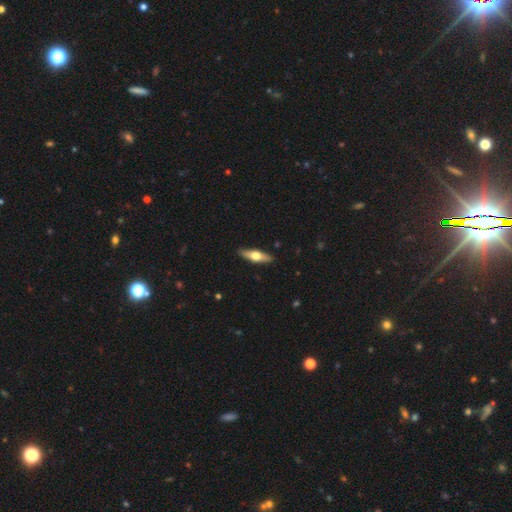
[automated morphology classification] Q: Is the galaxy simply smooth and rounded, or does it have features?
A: featured or disk — 50%.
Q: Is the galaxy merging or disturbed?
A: none — 90%.